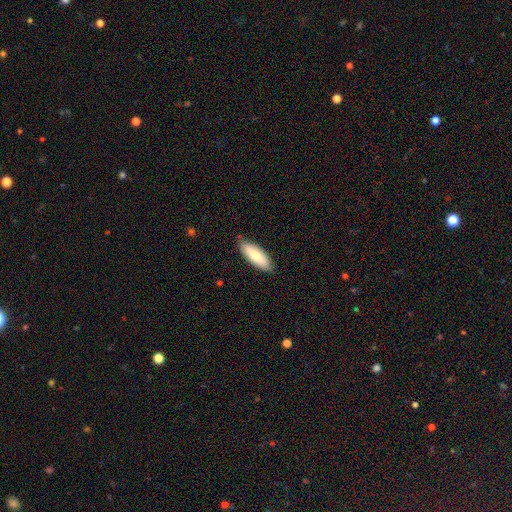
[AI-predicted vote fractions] Morphology: type=smooth (76%); roundness=in between (64%); merging=none (84%).